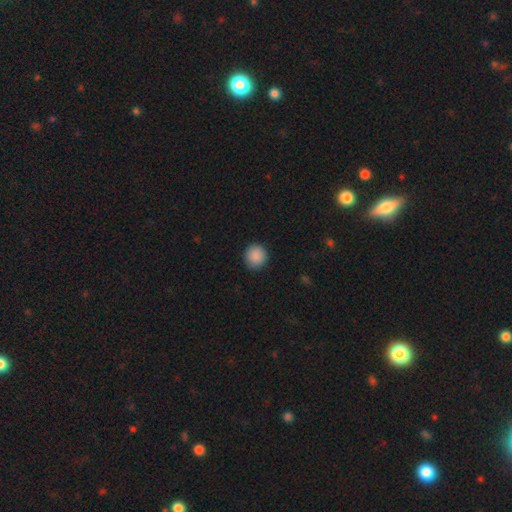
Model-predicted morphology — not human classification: Overall: smooth (90%). How rounded: round (91%). Merging: none (91%).